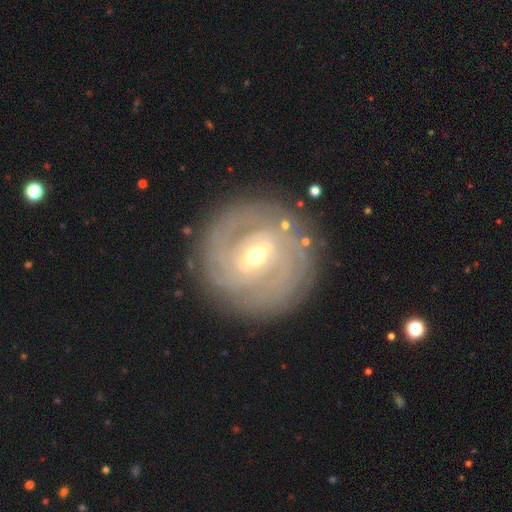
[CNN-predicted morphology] type=featured or disk (83%); edge-on=no (95%); bar=weak (47%); spiral arms=yes (90%); winding=tight (79%); arm count=can't tell (39%); bulge=moderate (55%); merging=none (83%).